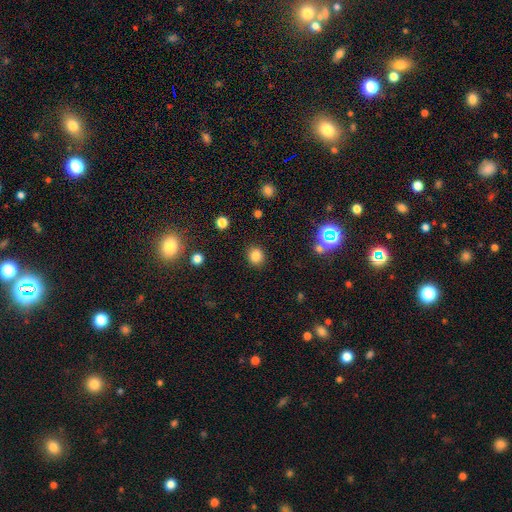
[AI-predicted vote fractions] This appears to be a smooth galaxy with no disk features (82%) that is round (82%). Merging: none (88%).